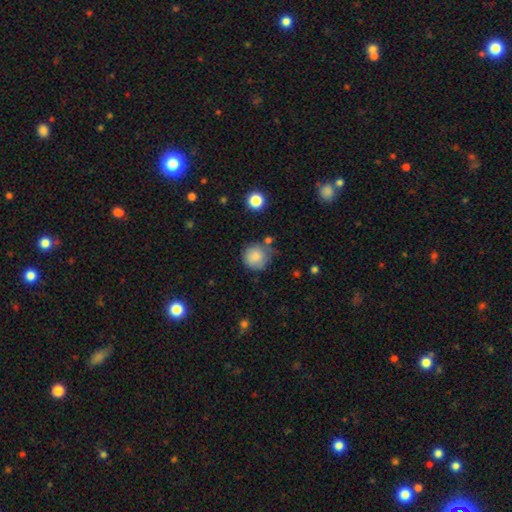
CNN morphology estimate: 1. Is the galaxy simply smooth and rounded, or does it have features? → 85% smooth, 9% star or artifact, 7% featured or disk.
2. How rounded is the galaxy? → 93% round, 6% in between, 1% cigar-shaped.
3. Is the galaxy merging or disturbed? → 71% none, 18% minor disturbance, 6% merger, 5% major disturbance.